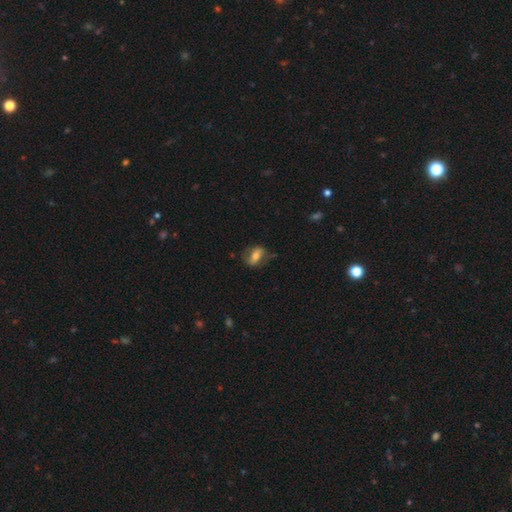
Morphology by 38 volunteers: featured or disk 58%, smooth 37%, star or artifact 5%. Down the decision tree: edge-on disk — no (95%); bar — strong (62%); spiral arms — yes (57%); spiral arm count — 2 (75%); spiral winding — medium (50%); bulge size — moderate (67%); merging — none (75%).